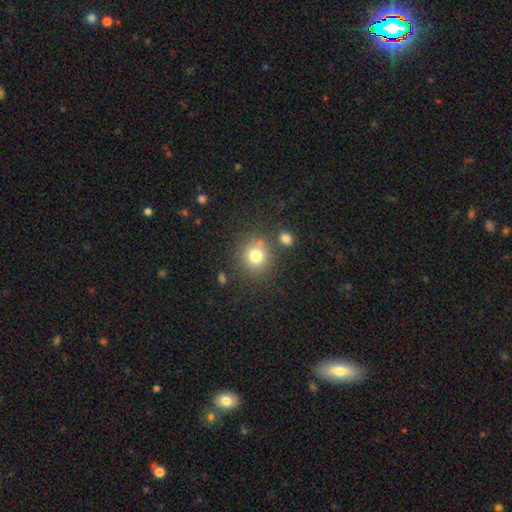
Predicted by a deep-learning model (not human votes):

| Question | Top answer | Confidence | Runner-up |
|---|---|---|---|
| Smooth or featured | smooth | 79% | star or artifact (13%) |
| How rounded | round | 84% | in between (15%) |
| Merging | none | 75% | minor disturbance (11%) |